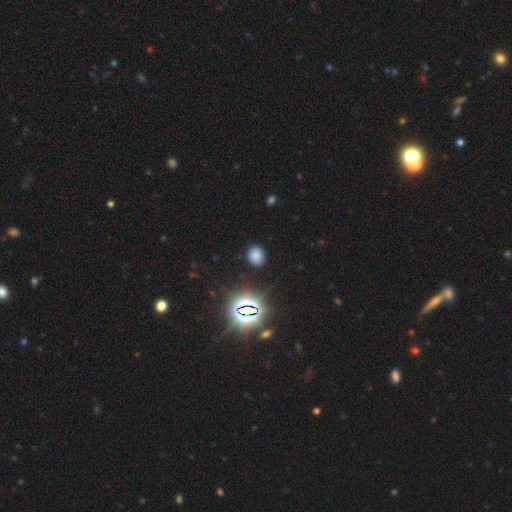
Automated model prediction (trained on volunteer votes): The model was most divided on "how rounded": in between: 50%, round: 49%, cigar-shaped: 1%. More confident: merging — none (86%); smooth or featured — smooth (71%).